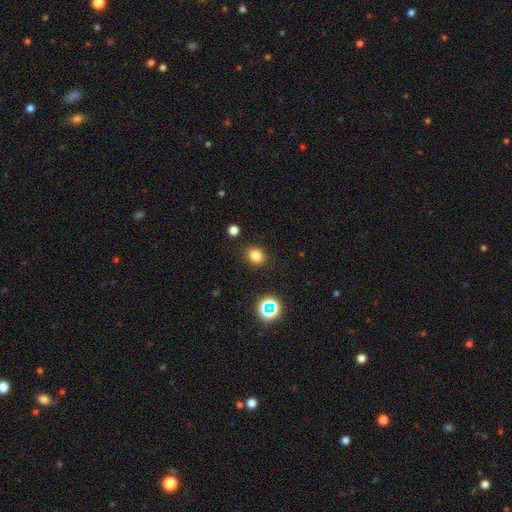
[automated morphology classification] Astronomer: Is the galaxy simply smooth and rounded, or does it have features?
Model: smooth — 79%.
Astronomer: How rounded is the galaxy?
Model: round — 67%.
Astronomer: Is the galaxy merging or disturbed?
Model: none — 88%.